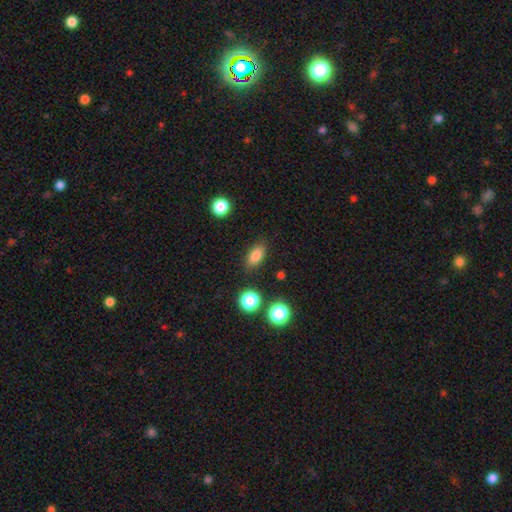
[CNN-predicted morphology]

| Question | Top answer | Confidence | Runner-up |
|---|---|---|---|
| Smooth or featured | smooth | 82% | star or artifact (11%) |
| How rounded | in between | 83% | round (10%) |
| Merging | none | 84% | minor disturbance (11%) |